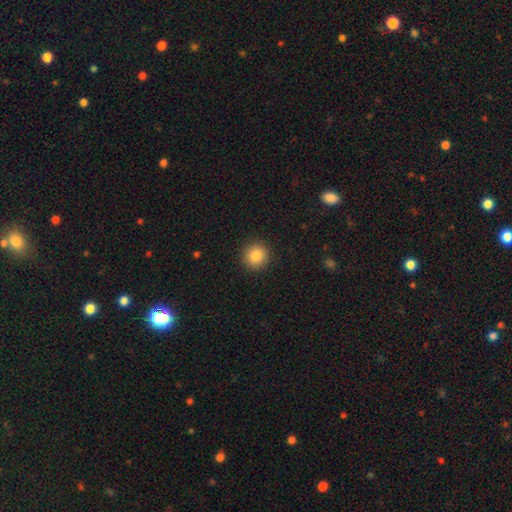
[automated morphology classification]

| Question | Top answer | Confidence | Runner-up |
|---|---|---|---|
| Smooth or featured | smooth | 85% | star or artifact (10%) |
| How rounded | round | 94% | in between (5%) |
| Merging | none | 92% | minor disturbance (5%) |